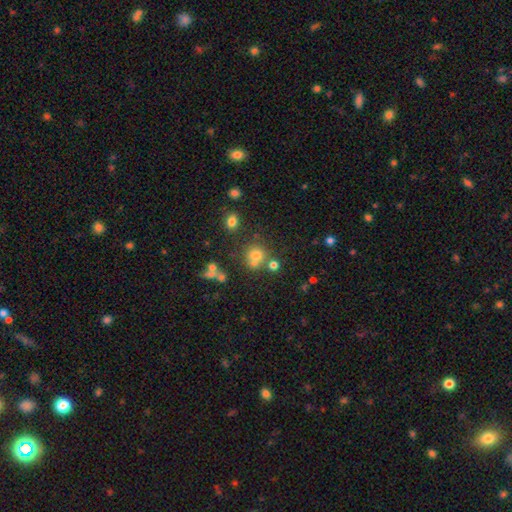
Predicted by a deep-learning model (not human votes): smooth 67%, star or artifact 19%, featured or disk 13%. Down the decision tree: how rounded — round (85%); merging — none (55%).